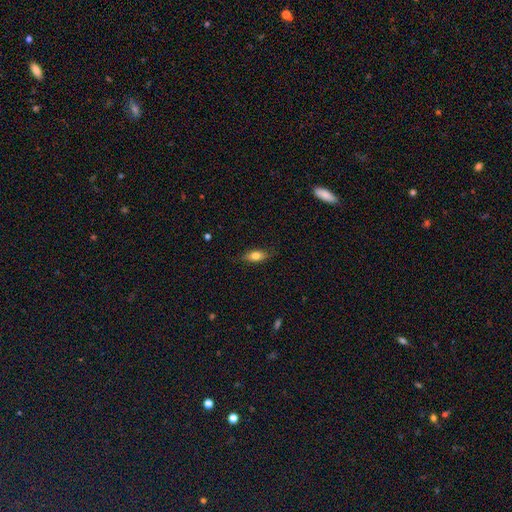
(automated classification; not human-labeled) A smooth galaxy with no disk features (76%) that is in between round and cigar-shaped (81%).

Vote fractions:
- Smooth or featured? smooth: 76% / featured or disk: 17% / star or artifact: 7%
- How rounded? in between: 81% / cigar-shaped: 15% / round: 4%
- Merging? none: 82% / minor disturbance: 14% / major disturbance: 3% / merger: 1%